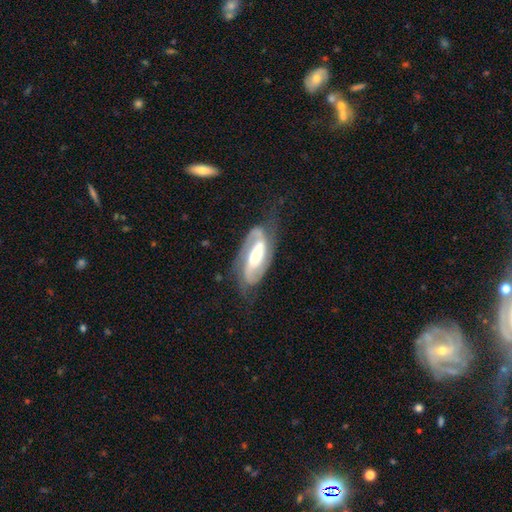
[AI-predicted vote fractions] This is clearly a featured or disk galaxy (86%). It is clearly not viewed edge-on (95%). Bar: marginally strong (39%). Spiral arm pattern: clearly yes (96%). Spiral arm count: clearly 2 (90%). Spiral winding: possibly medium (48%). Central bulge: marginally moderate (38%). Merging: likely none (65%).